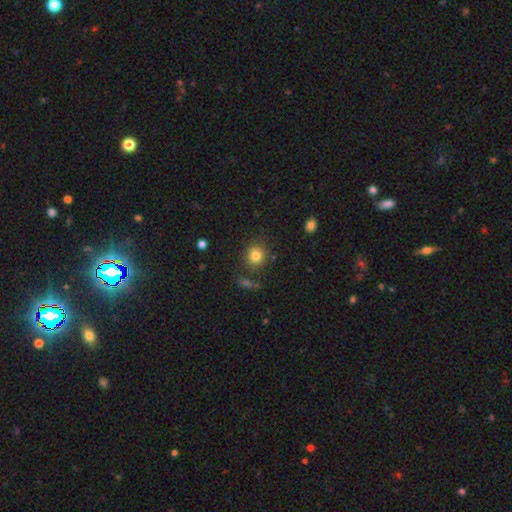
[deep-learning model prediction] smooth 82%, star or artifact 12%, featured or disk 7%. Down the decision tree: how rounded — round (83%); merging — none (82%).